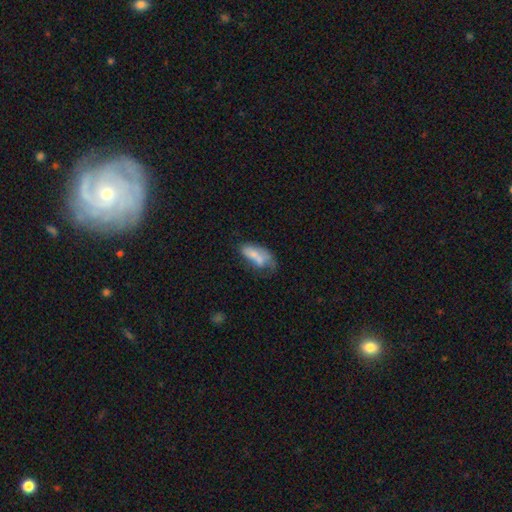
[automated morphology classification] Smooth or featured: smooth — 64% (featured or disk — 28%)
How rounded: in between — 81% (cigar-shaped — 16%)
Merging: none — 31% (minor disturbance — 26%)